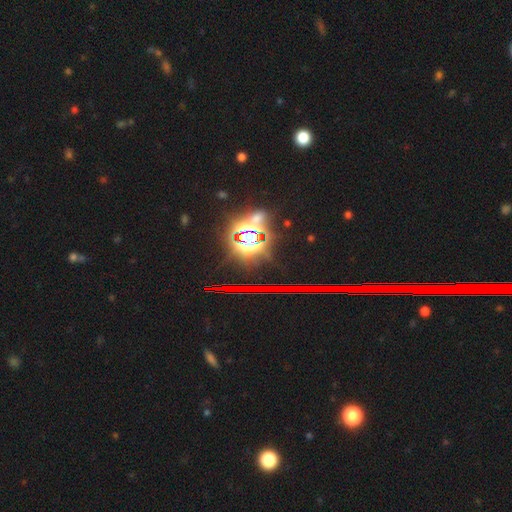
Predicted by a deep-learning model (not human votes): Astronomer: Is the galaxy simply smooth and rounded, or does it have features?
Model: star or artifact — 82%.